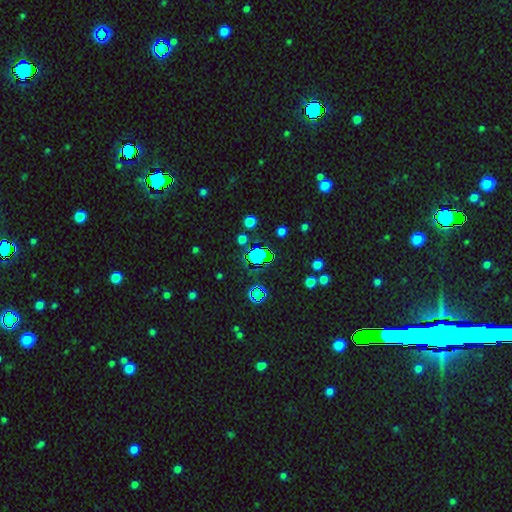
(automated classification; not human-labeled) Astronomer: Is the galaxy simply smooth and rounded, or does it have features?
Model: star or artifact — 65%.